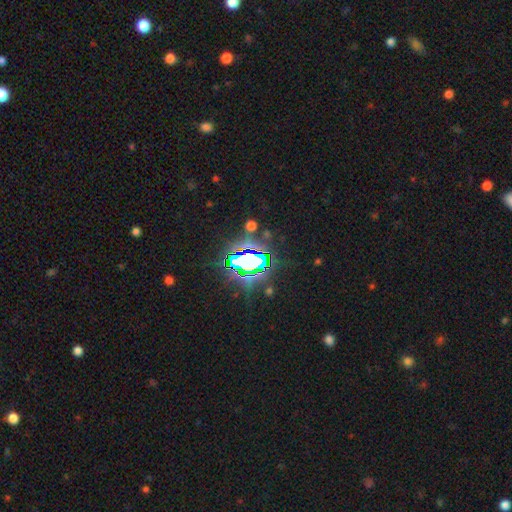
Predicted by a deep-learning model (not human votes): This is clearly a star or artifact rather than a galaxy (82%).